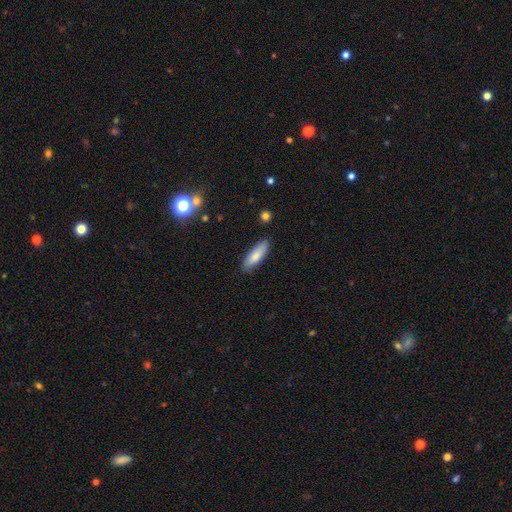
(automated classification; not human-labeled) smooth-or-featured: smooth: 81% | featured or disk: 13% | star or artifact: 6%
  how-rounded: in between: 51% | cigar-shaped: 47% | round: 2%
  merging: none: 86% | minor disturbance: 10% | major disturbance: 2% | merger: 2%